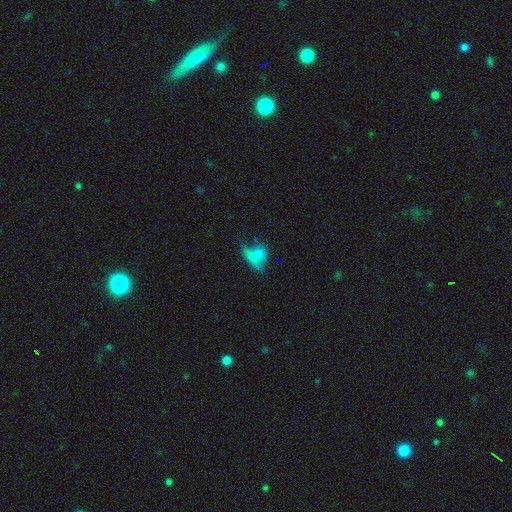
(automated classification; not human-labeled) smooth 62%, featured or disk 24%, star or artifact 15%. Down the decision tree: how rounded — in between (76%); merging — major disturbance (39%).